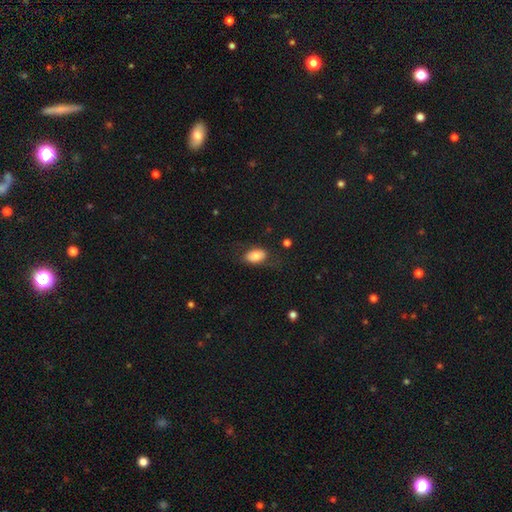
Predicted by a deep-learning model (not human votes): Smooth or featured?
  - smooth: 77% *
  - featured or disk: 15%
  - star or artifact: 8%
How rounded?
  - in between: 90% *
  - round: 9%
  - cigar-shaped: 2%
Merging?
  - none: 67% *
  - minor disturbance: 20%
  - major disturbance: 12%
  - merger: 2%